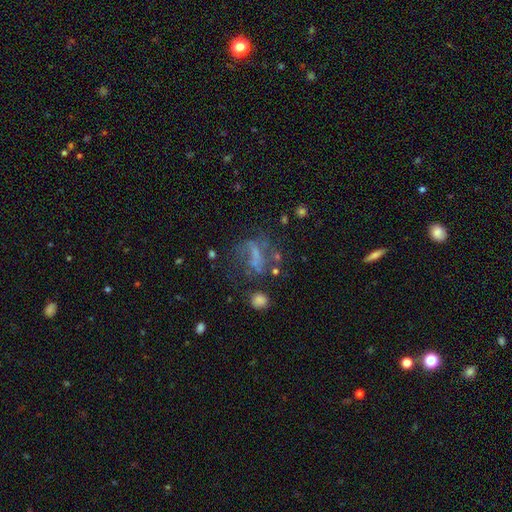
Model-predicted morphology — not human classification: Smooth or featured? Predicted: featured or disk (p=0.45). Merging? Predicted: none (p=0.36, tied with major disturbance).